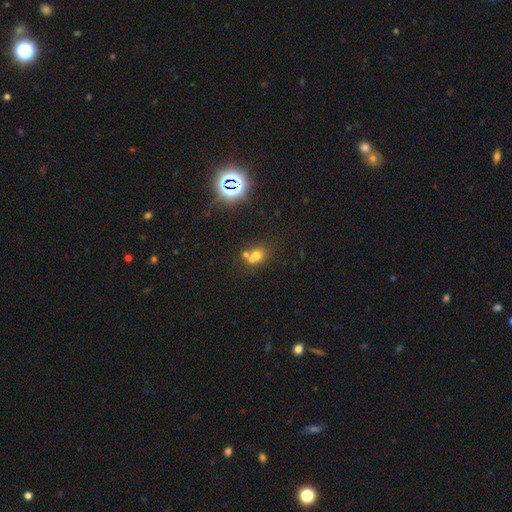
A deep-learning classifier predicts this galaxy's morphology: Smooth or featured?
  - smooth: 61% *
  - star or artifact: 23%
  - featured or disk: 17%
How rounded?
  - round: 65% *
  - in between: 34%
  - cigar-shaped: 1%
Merging?
  - merger: 47% *
  - none: 38%
  - minor disturbance: 10%
  - major disturbance: 5%